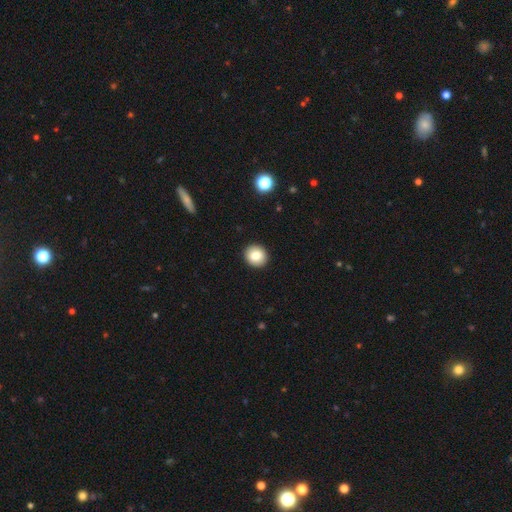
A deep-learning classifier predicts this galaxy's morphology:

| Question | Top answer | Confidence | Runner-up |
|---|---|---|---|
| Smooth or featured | smooth | 82% | star or artifact (9%) |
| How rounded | round | 86% | in between (13%) |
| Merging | none | 93% | minor disturbance (5%) |